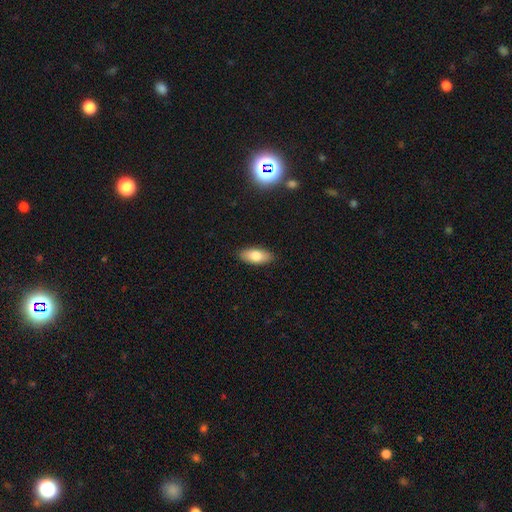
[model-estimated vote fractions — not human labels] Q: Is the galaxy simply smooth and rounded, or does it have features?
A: smooth — 76%.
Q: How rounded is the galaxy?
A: in between — 86%.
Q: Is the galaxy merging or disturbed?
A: none — 89%.